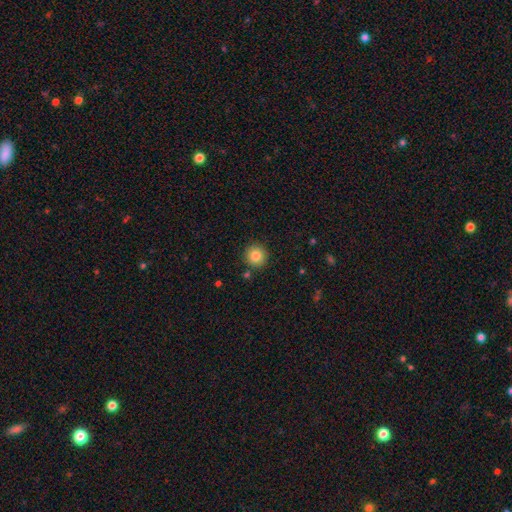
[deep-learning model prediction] A smooth galaxy with no disk features (84%) that is round (95%).

Vote fractions:
- Smooth or featured? smooth: 84% / star or artifact: 10% / featured or disk: 6%
- How rounded? round: 95% / in between: 4% / cigar-shaped: 1%
- Merging? none: 89% / minor disturbance: 6% / merger: 3% / major disturbance: 2%